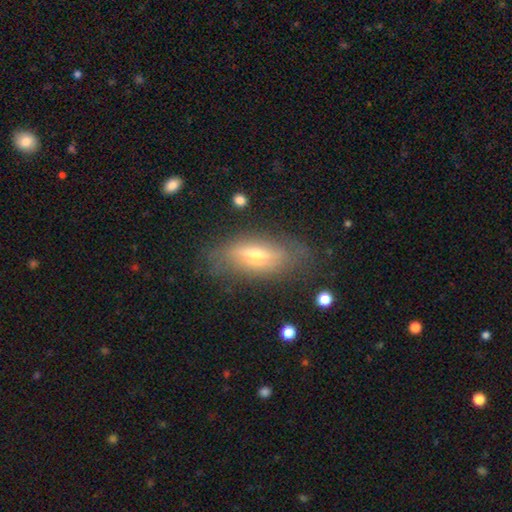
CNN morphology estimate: Smooth or featured? Predicted: featured or disk (p=0.51). Edge-on disk? Predicted: yes (p=0.56). Merging? Predicted: none (p=0.72).